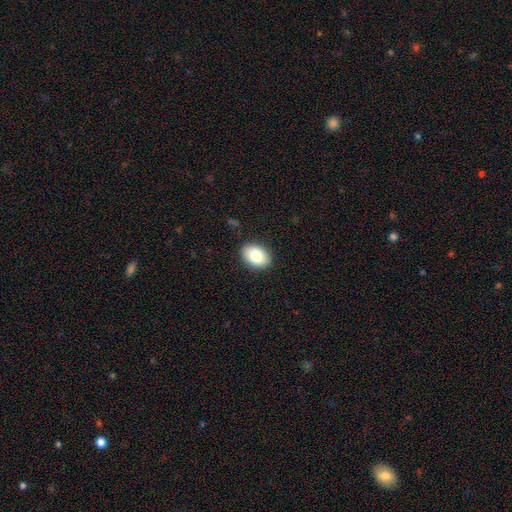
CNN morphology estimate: Smooth or featured? smooth (82%)
How rounded? in between (81%)
Merging? none (88%)